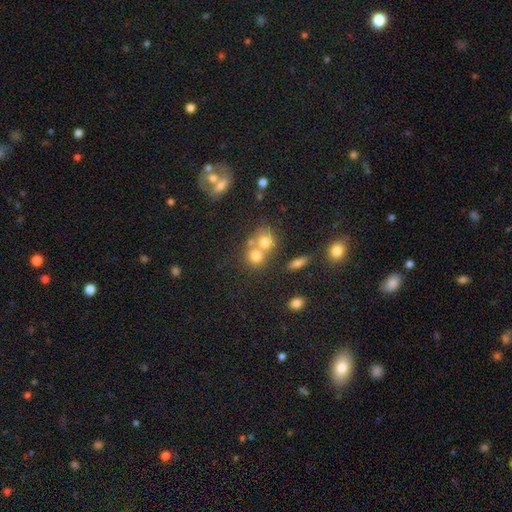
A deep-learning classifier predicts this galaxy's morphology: This is likely a smooth galaxy (71%). How rounded: likely round (76%). Merging: possibly merger (54%).